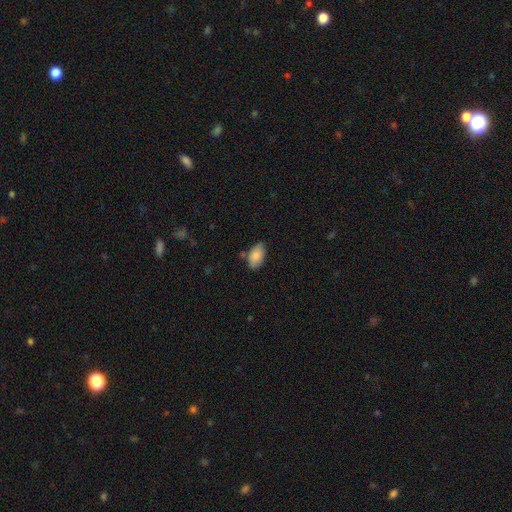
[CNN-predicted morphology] A smooth galaxy with no disk features (83%) that is in between round and cigar-shaped (94%). Merging: none (72%).